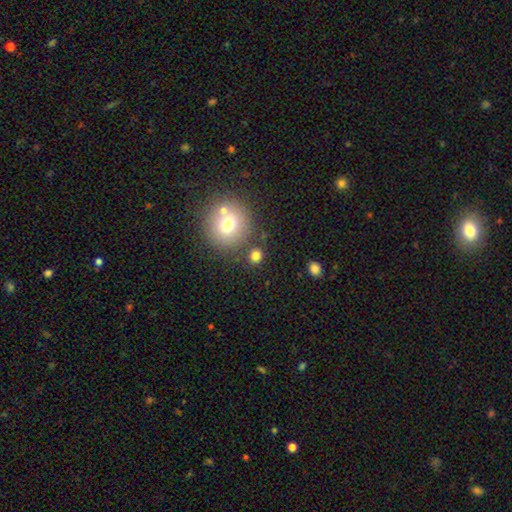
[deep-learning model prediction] This appears to be a smooth galaxy with no disk features (78%) that is round (76%). Merging: none (75%).